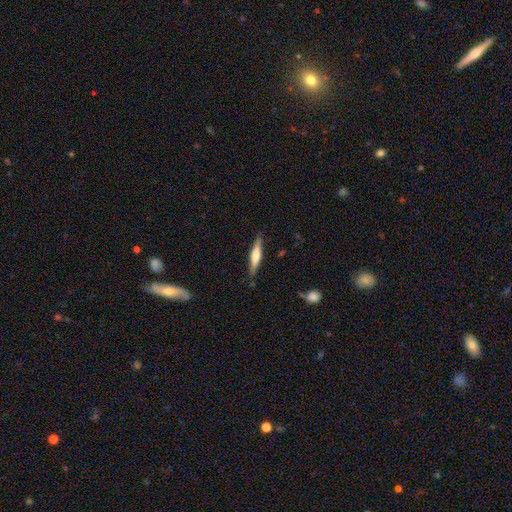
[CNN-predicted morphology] A featured or disk galaxy (51%) viewed edge-on (96%).

Vote fractions:
- Smooth or featured? featured or disk: 51% / smooth: 43% / star or artifact: 6%
- Edge-on disk? yes: 96% / no: 4%
- Merging? none: 86% / minor disturbance: 10% / major disturbance: 2% / merger: 1%